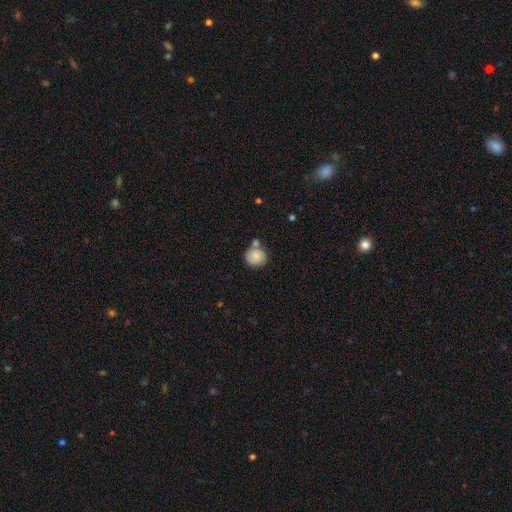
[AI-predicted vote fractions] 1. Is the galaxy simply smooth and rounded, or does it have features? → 77% smooth, 16% featured or disk, 8% star or artifact.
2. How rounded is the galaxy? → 86% round, 13% in between, 1% cigar-shaped.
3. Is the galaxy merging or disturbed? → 60% none, 20% merger, 16% minor disturbance, 4% major disturbance.